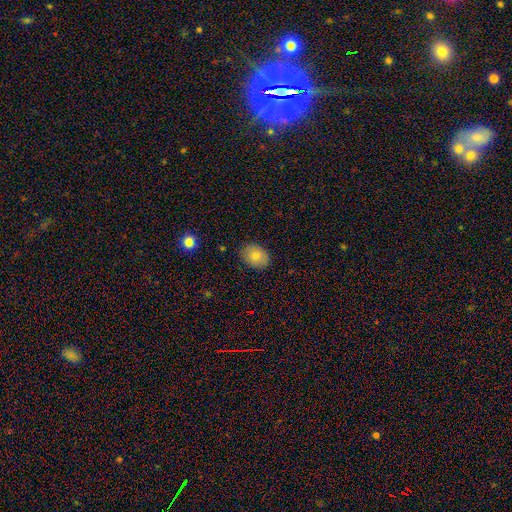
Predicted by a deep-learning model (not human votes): Smooth or featured?
  - smooth: 80% *
  - featured or disk: 11%
  - star or artifact: 9%
How rounded?
  - in between: 62% *
  - round: 37%
  - cigar-shaped: 1%
Merging?
  - none: 85% *
  - minor disturbance: 12%
  - major disturbance: 2%
  - merger: 1%